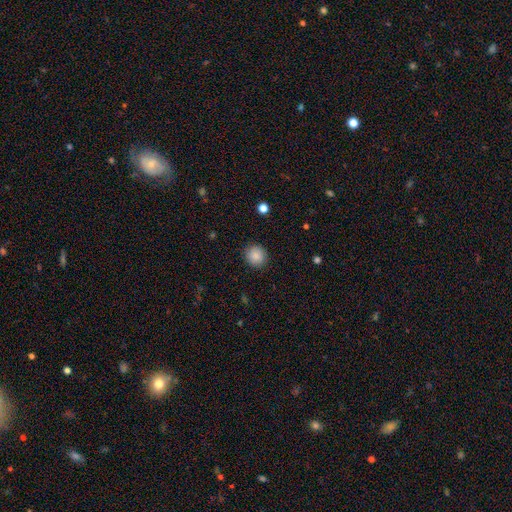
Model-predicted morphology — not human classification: A smooth galaxy with no disk features (87%) that is round (89%).

Vote fractions:
- Smooth or featured? smooth: 87% / star or artifact: 8% / featured or disk: 4%
- How rounded? round: 89% / in between: 10% / cigar-shaped: 1%
- Merging? none: 89% / minor disturbance: 7% / major disturbance: 2% / merger: 1%